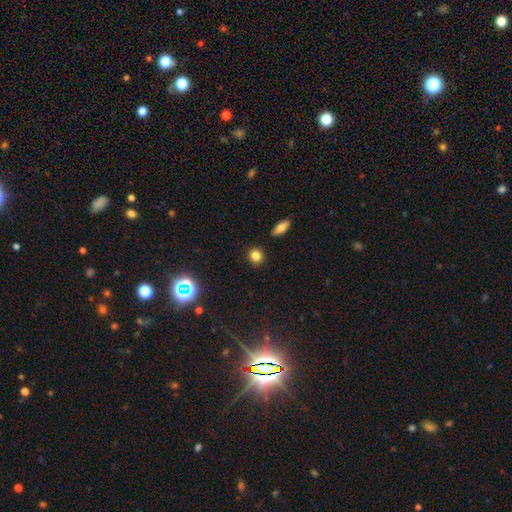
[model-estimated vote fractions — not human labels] Smooth or featured? smooth (81%)
How rounded? round (86%)
Merging? none (90%)